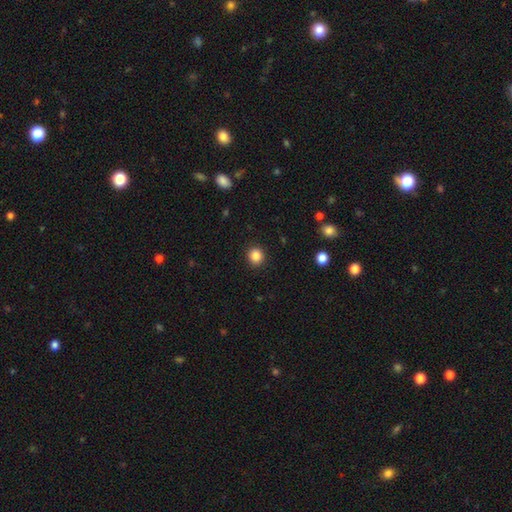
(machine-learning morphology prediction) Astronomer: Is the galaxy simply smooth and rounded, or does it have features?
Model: smooth — 85%.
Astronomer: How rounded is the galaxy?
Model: round — 89%.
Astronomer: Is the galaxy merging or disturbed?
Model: none — 92%.